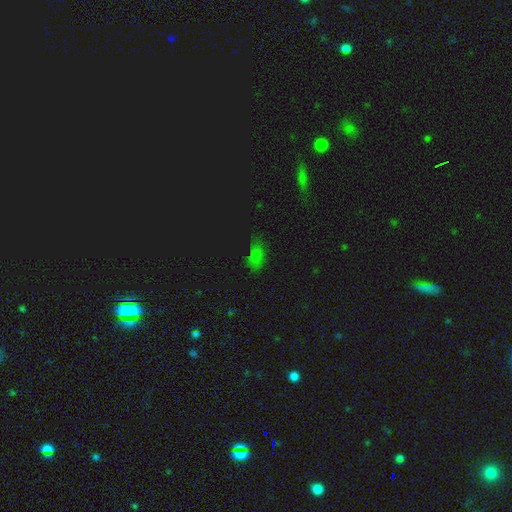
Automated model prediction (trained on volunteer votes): smooth-or-featured: smooth: 62% | star or artifact: 30% | featured or disk: 8%
  how-rounded: in between: 85% | round: 8% | cigar-shaped: 7%
  merging: none: 63% | minor disturbance: 24% | major disturbance: 10% | merger: 3%